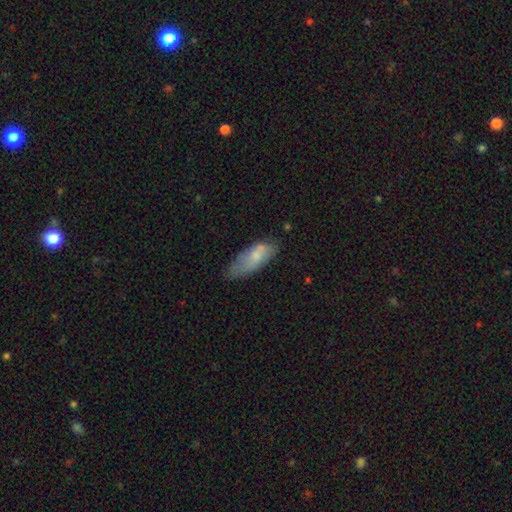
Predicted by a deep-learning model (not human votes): Smooth or featured? smooth (70%)
How rounded? in between (74%)
Merging? none (48%)